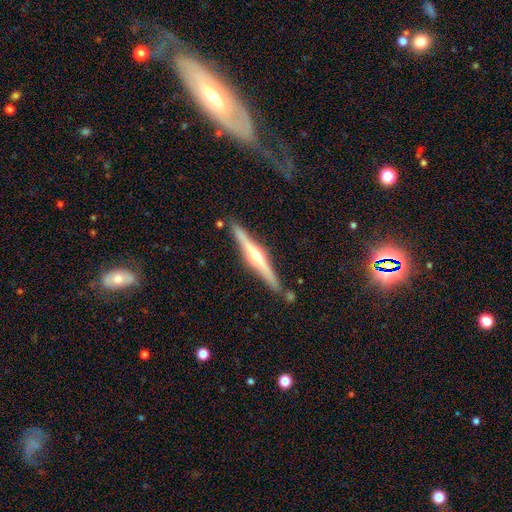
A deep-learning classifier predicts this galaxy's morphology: smooth-or-featured: featured or disk: 76% | smooth: 19% | star or artifact: 5%
  disk-edge-on: yes: 98% | no: 2%
    edge-on-bulge: rounded: 92% | none: 4% | boxy: 3%
  merging: none: 84% | minor disturbance: 10% | merger: 4% | major disturbance: 2%